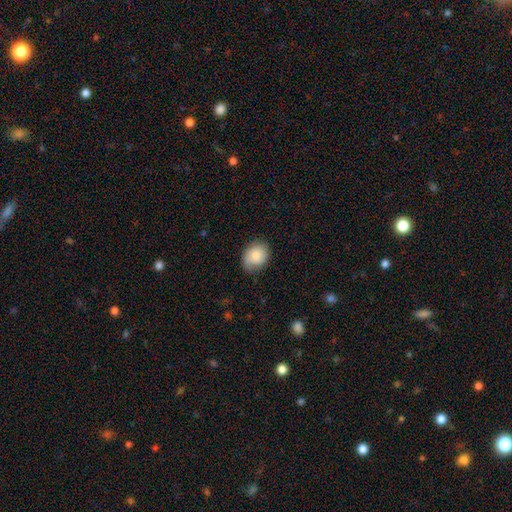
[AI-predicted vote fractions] The model was most divided on "how rounded": in between: 50%, round: 49%, cigar-shaped: 1%. More confident: smooth or featured — smooth (82%); merging — none (72%).